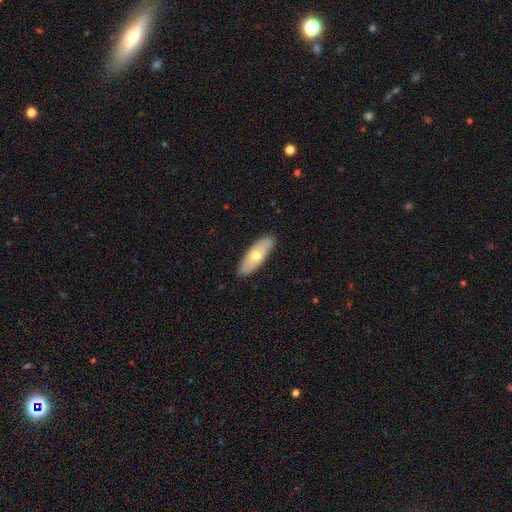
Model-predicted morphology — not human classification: Smooth or featured: smooth — 62% (featured or disk — 33%)
How rounded: in between — 64% (cigar-shaped — 33%)
Merging: none — 89% (minor disturbance — 8%)